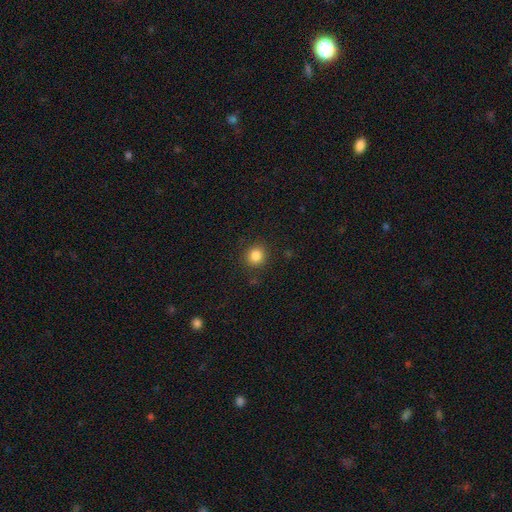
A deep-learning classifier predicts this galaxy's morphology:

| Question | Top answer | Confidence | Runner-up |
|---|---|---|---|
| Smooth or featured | smooth | 85% | star or artifact (11%) |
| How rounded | round | 89% | in between (10%) |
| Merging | none | 89% | minor disturbance (7%) |